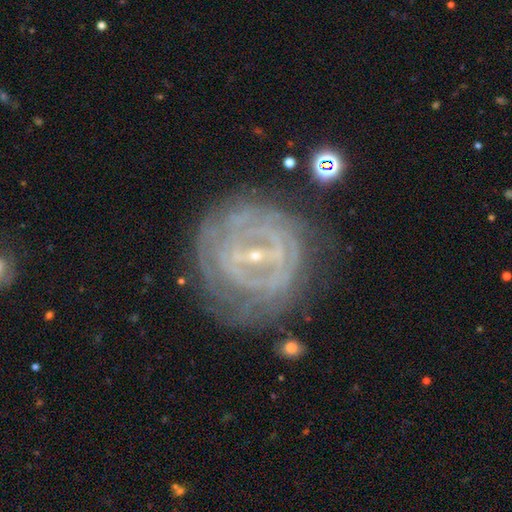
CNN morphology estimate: smooth-or-featured: featured or disk: 84% | smooth: 9% | star or artifact: 7%
  disk-edge-on: no: 96% | yes: 4%
    bar: strong: 44% | weak: 40% | no: 16%
    has-spiral-arms: yes: 84% | no: 16%
      spiral-winding: tight: 77% | medium: 18% | loose: 5%
      spiral-arm-count: can't tell: 49% | 2: 17% | 4: 11% | 3: 10% | more than 4: 8% | 1: 6%
    bulge-size: small: 84% | moderate: 12% | none: 2% | large: 1% | dominant: 1%
  merging: none: 73% | minor disturbance: 16% | major disturbance: 9% | merger: 2%